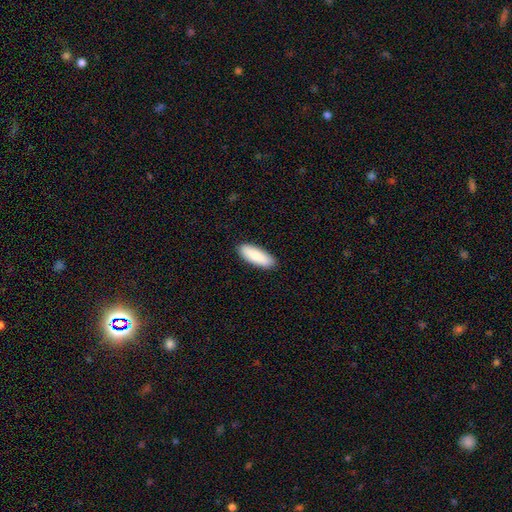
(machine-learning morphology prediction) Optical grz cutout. It shows a smooth galaxy with no disk features (88%) that is in between round and cigar-shaped (59%). Merging: none (90%).